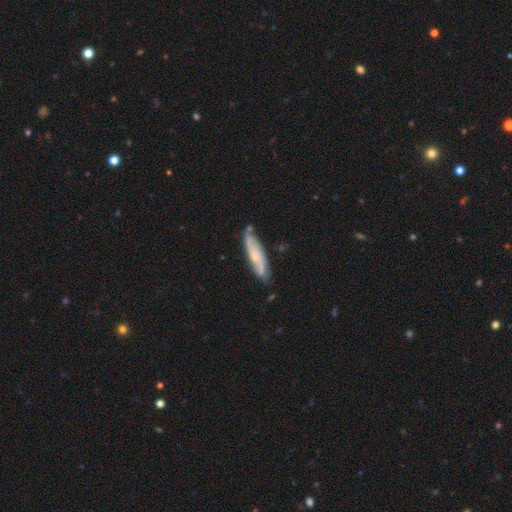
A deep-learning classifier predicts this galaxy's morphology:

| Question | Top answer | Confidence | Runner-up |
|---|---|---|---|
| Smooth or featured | featured or disk | 60% | smooth (34%) |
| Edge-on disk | no | 63% | yes (37%) |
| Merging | none | 71% | minor disturbance (21%) |